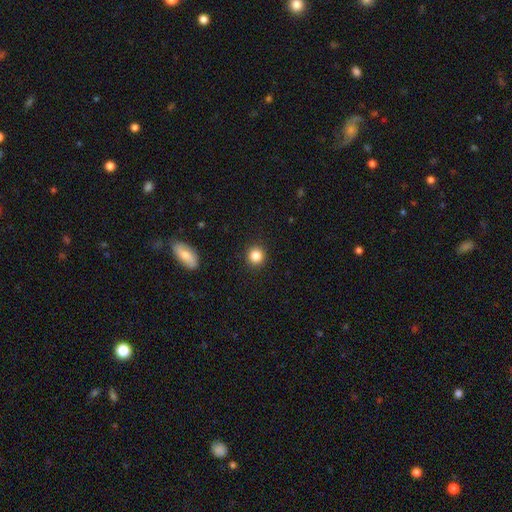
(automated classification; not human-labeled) smooth-or-featured: smooth: 85% | star or artifact: 10% | featured or disk: 4%
  how-rounded: round: 91% | in between: 8% | cigar-shaped: 1%
  merging: none: 92% | minor disturbance: 5% | major disturbance: 2% | merger: 1%